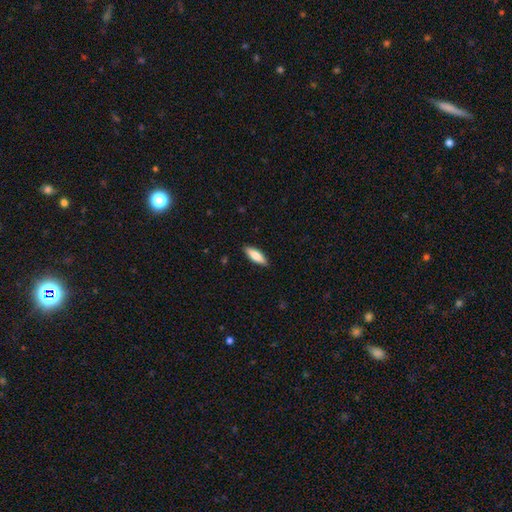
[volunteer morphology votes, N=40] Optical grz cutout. It shows a smooth galaxy with no disk features (88%) that is in between round and cigar-shaped (51%). Merging: none (89%).